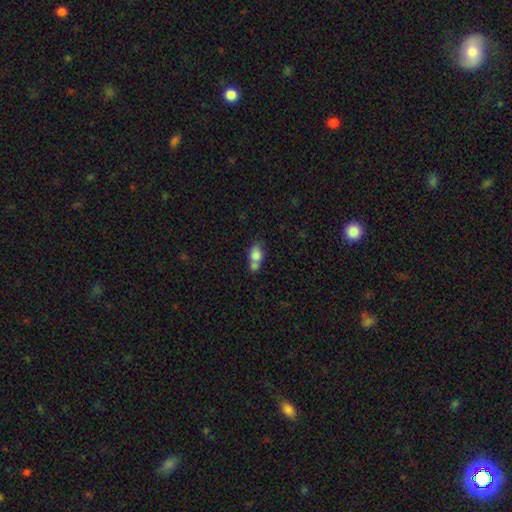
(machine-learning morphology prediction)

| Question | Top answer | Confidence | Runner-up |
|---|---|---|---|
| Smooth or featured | smooth | 78% | featured or disk (13%) |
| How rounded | in between | 71% | round (26%) |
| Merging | merger | 50% | none (33%) |